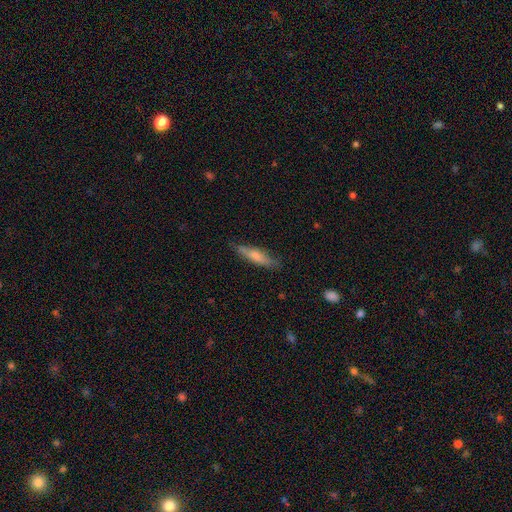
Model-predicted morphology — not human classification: smooth 65%, featured or disk 29%, star or artifact 6%. Down the decision tree: how rounded — cigar-shaped (78%); merging — none (78%).